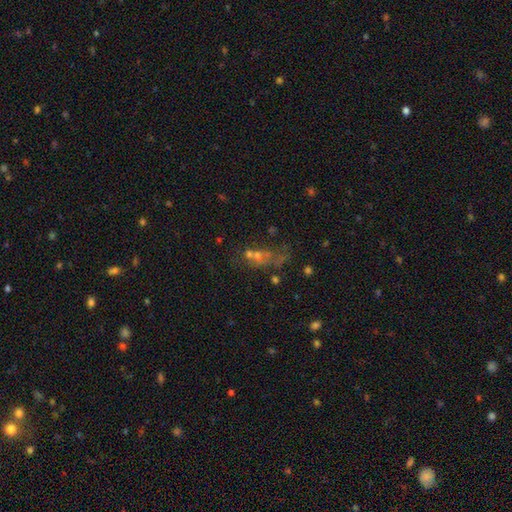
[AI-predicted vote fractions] This appears to be a featured or disk galaxy (35%). Merging: merger (32%).